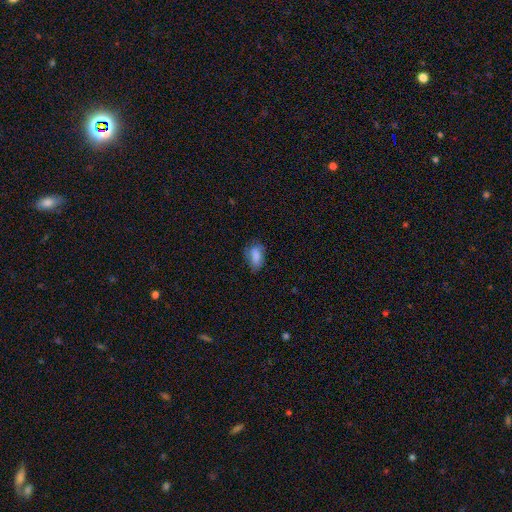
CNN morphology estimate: type=smooth (78%); roundness=in between (88%); merging=none (56%).